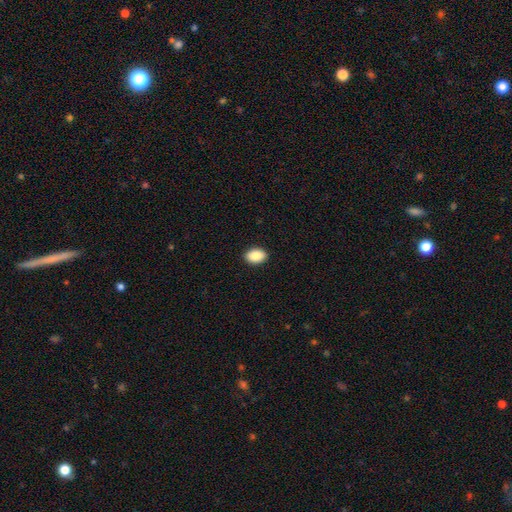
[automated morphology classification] smooth-or-featured: smooth: 89% | star or artifact: 7% | featured or disk: 4%
  how-rounded: in between: 85% | round: 14% | cigar-shaped: 1%
  merging: none: 91% | minor disturbance: 7% | major disturbance: 2% | merger: 1%